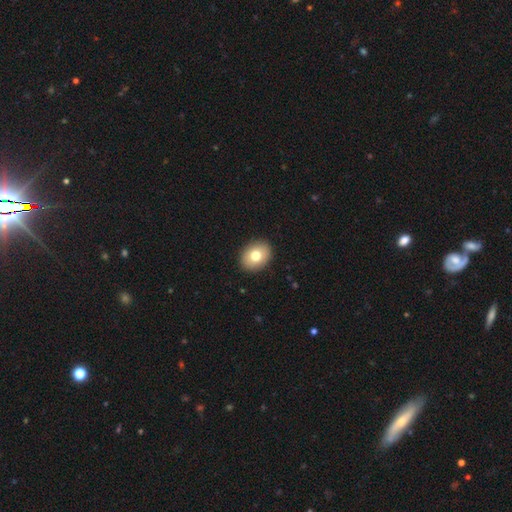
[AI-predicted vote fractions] A smooth galaxy with no disk features (76%) that is in between round and cigar-shaped (56%).

Vote fractions:
- Smooth or featured? smooth: 76% / featured or disk: 15% / star or artifact: 8%
- How rounded? in between: 56% / round: 43% / cigar-shaped: 1%
- Merging? none: 91% / minor disturbance: 6% / major disturbance: 2% / merger: 1%